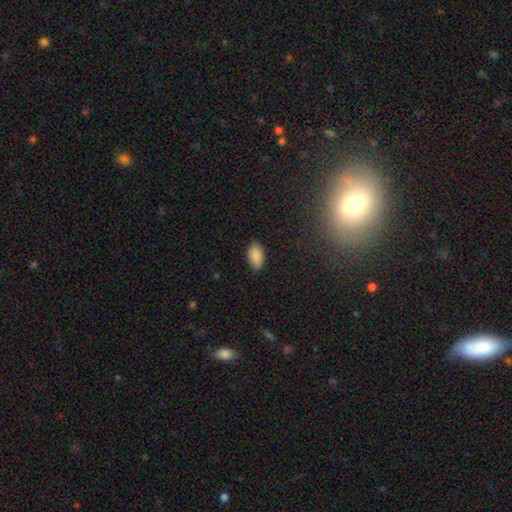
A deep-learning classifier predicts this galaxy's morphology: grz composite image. It shows a smooth galaxy with no disk features (89%) that is in between round and cigar-shaped (94%). Merging: none (86%).